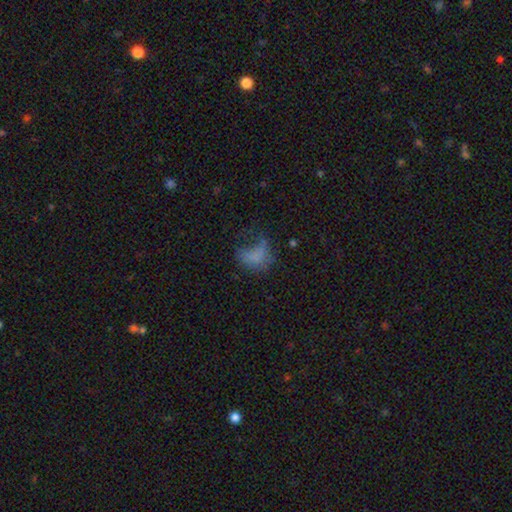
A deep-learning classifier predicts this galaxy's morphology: Smooth or featured: smooth — 61% (featured or disk — 22%)
How rounded: in between — 73% (round — 24%)
Merging: major disturbance — 49% (none — 26%)